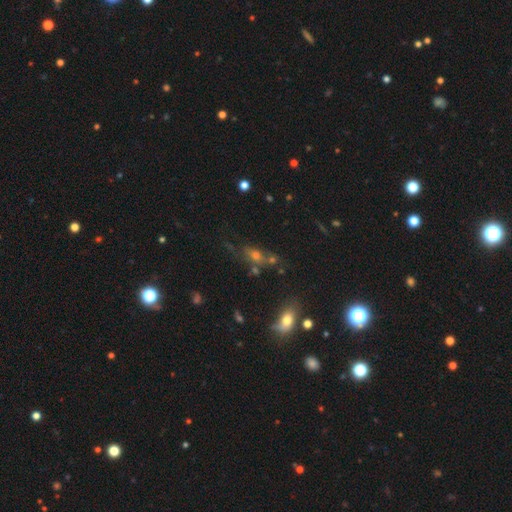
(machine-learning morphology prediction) smooth_or_featured: smooth (p=0.46) [alt: star or artifact p=0.30]
merging: none (p=0.47) [alt: merger p=0.20]